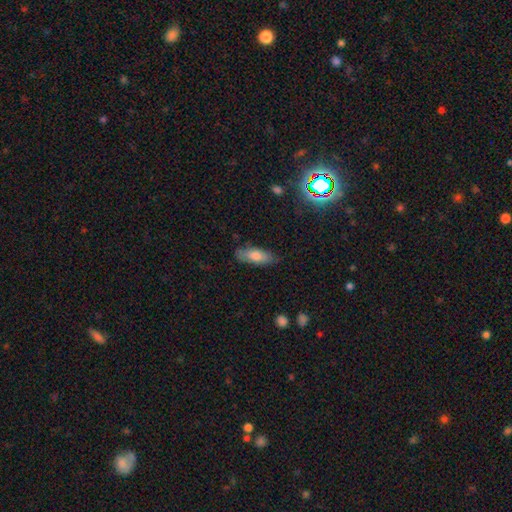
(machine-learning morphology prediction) smooth-or-featured: smooth: 75% | featured or disk: 18% | star or artifact: 7%
  how-rounded: in between: 66% | cigar-shaped: 32% | round: 2%
  merging: none: 77% | minor disturbance: 18% | major disturbance: 3% | merger: 2%